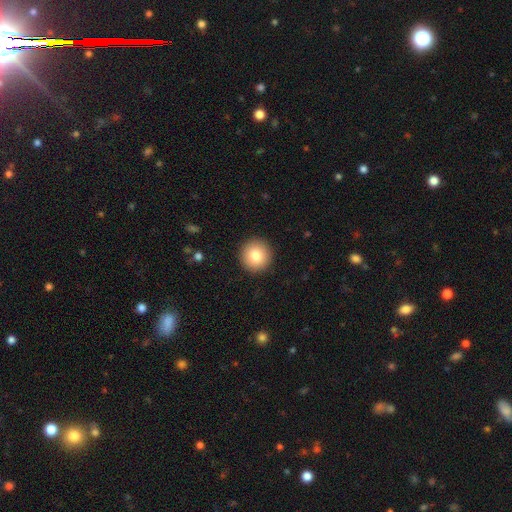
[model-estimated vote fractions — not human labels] A smooth galaxy with no disk features (82%) that is round (95%).

Vote fractions:
- Smooth or featured? smooth: 82% / featured or disk: 9% / star or artifact: 9%
- How rounded? round: 95% / in between: 4% / cigar-shaped: 1%
- Merging? none: 92% / minor disturbance: 5% / major disturbance: 2% / merger: 1%